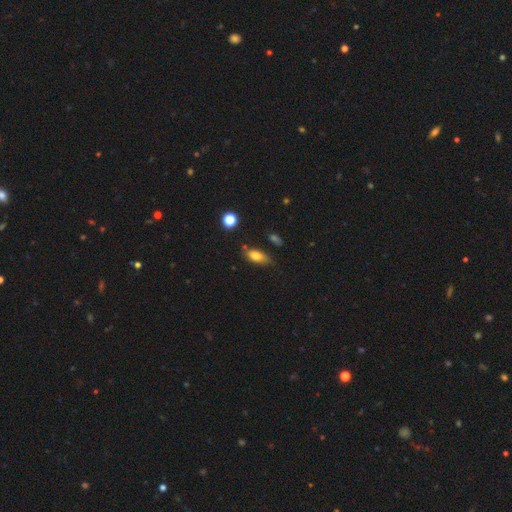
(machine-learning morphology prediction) Smooth or featured? smooth (79%)
How rounded? in between (83%)
Merging? none (70%)